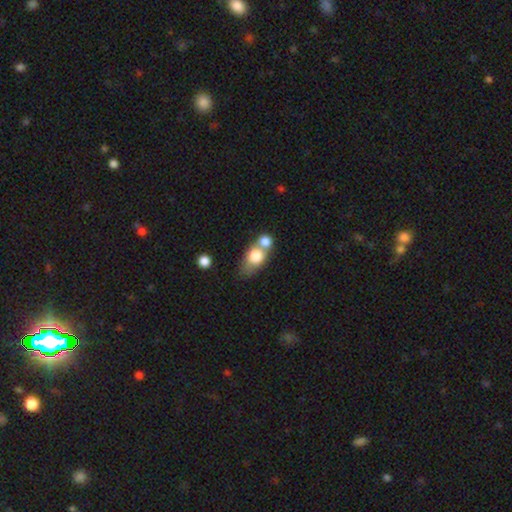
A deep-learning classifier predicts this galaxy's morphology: Smooth or featured? smooth (74%)
How rounded? in between (63%)
Merging? merger (57%)